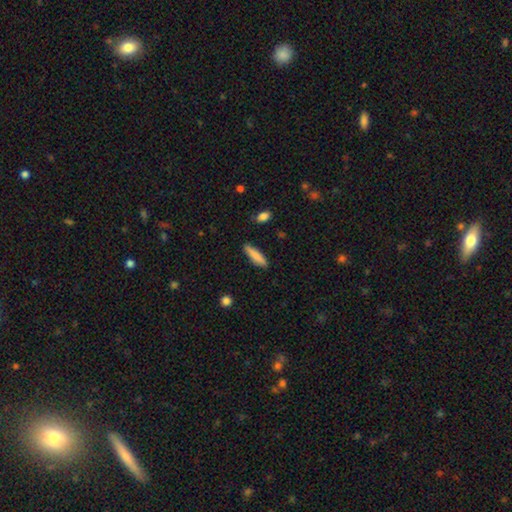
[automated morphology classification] This appears to be a smooth galaxy with no disk features (82%) that is cigar-shaped (76%). Merging: none (87%).